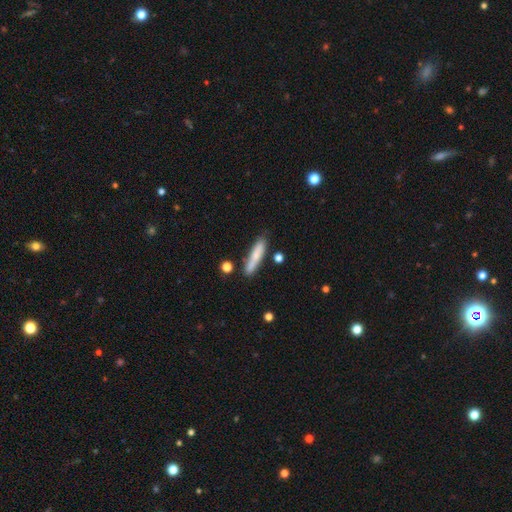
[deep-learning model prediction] smooth-or-featured: smooth: 73% | featured or disk: 20% | star or artifact: 7%
  how-rounded: cigar-shaped: 85% | in between: 13% | round: 2%
  merging: none: 74% | minor disturbance: 17% | merger: 6% | major disturbance: 3%